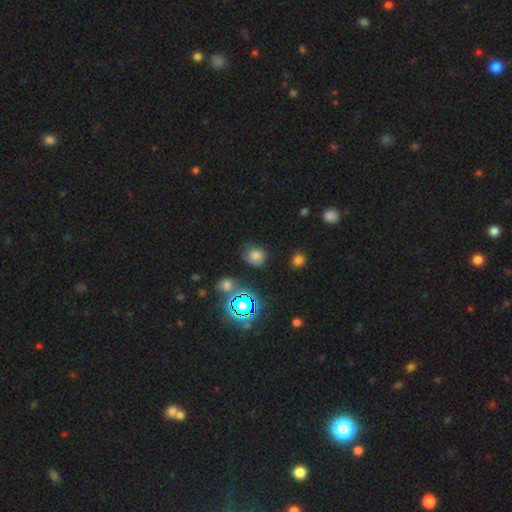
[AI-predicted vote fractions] The model was most divided on "how rounded": round: 73%, in between: 26%, cigar-shaped: 1%. More confident: smooth or featured — smooth (70%); merging — none (69%).